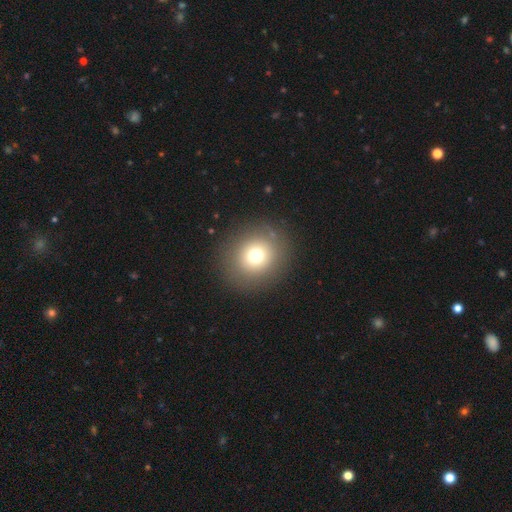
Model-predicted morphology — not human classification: Smooth or featured? Predicted: smooth (p=0.72). How rounded? Predicted: round (p=0.87). Merging? Predicted: none (p=0.87).